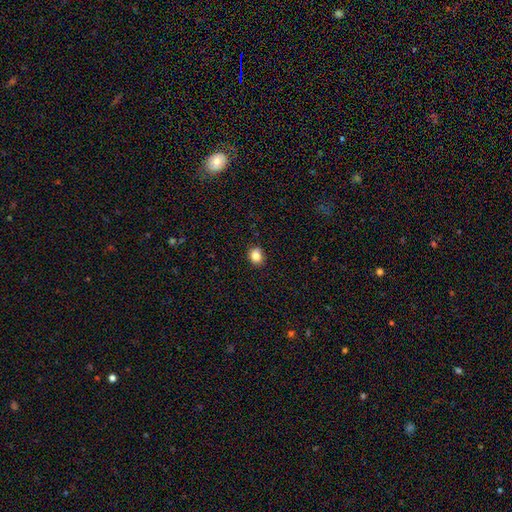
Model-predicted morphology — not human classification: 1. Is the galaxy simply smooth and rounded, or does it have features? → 85% smooth, 10% star or artifact, 5% featured or disk.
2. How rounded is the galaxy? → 60% round, 39% in between, 1% cigar-shaped.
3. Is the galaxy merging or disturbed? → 88% none, 9% minor disturbance, 2% major disturbance, 1% merger.